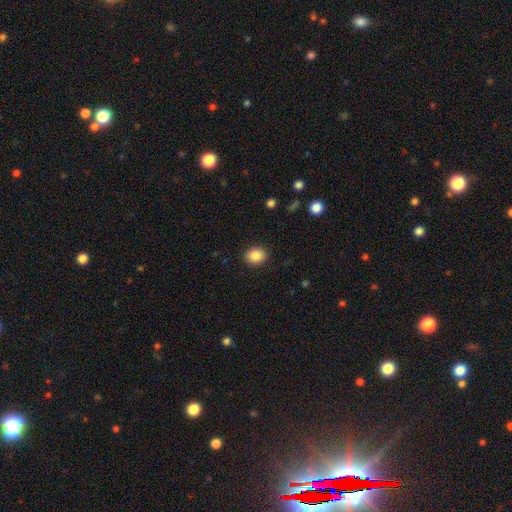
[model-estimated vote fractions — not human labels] Smooth or featured? Predicted: smooth (p=0.87). How rounded? Predicted: in between (p=0.50). Merging? Predicted: none (p=0.90).